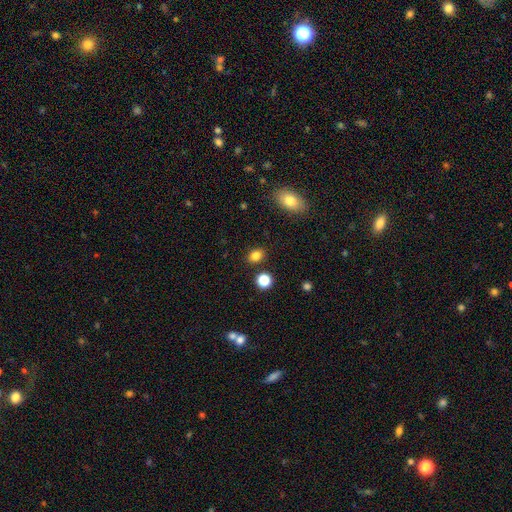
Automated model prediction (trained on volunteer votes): A smooth galaxy with no disk features (82%) that is in between round and cigar-shaped (52%).

Vote fractions:
- Smooth or featured? smooth: 82% / star or artifact: 12% / featured or disk: 5%
- How rounded? in between: 52% / round: 47% / cigar-shaped: 1%
- Merging? none: 86% / minor disturbance: 8% / merger: 4% / major disturbance: 2%